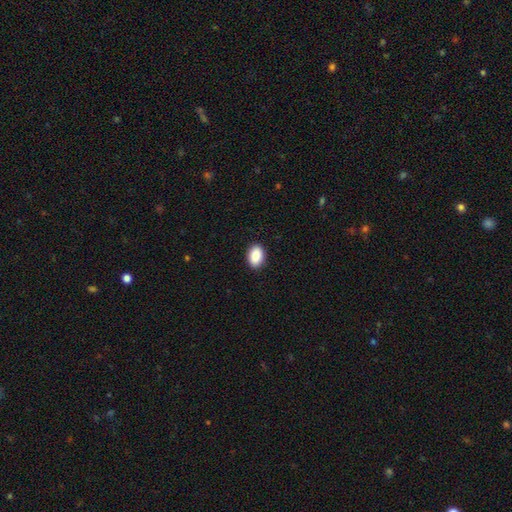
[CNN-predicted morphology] A smooth galaxy with no disk features (90%) that is in between round and cigar-shaped (86%).

Vote fractions:
- Smooth or featured? smooth: 90% / star or artifact: 7% / featured or disk: 3%
- How rounded? in between: 86% / round: 12% / cigar-shaped: 1%
- Merging? none: 90% / minor disturbance: 7% / major disturbance: 2% / merger: 1%